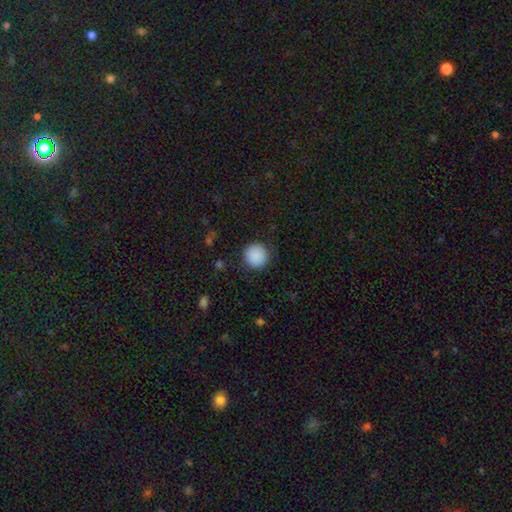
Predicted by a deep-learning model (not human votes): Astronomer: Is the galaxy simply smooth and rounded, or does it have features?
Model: smooth — 90%.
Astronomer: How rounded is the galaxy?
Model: round — 94%.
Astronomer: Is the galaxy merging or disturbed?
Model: none — 90%.